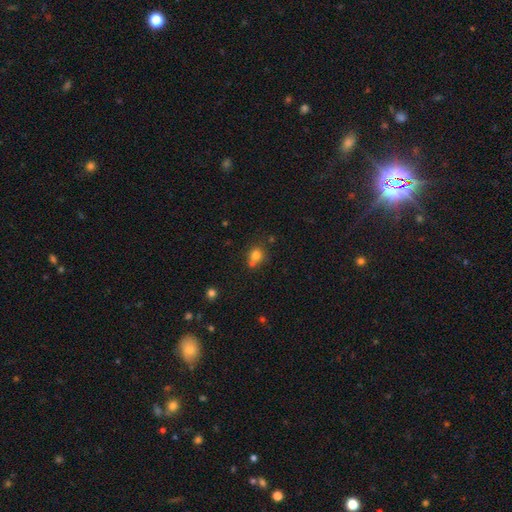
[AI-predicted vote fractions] A smooth galaxy with no disk features (77%) that is round (76%). Merging: none (54%).